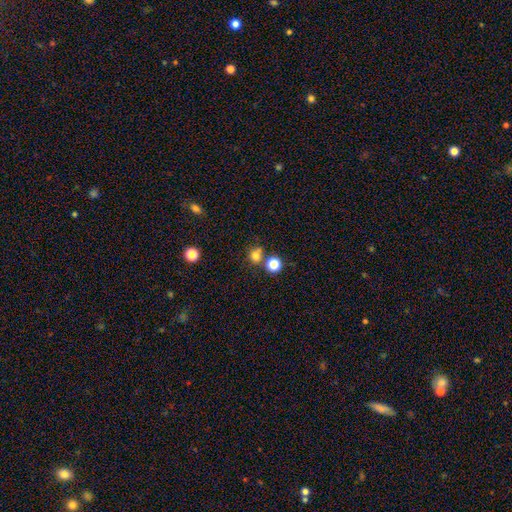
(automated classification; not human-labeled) smooth-or-featured: smooth: 76% | star or artifact: 17% | featured or disk: 7%
  how-rounded: round: 84% | in between: 15% | cigar-shaped: 1%
  merging: none: 60% | merger: 25% | minor disturbance: 11% | major disturbance: 5%